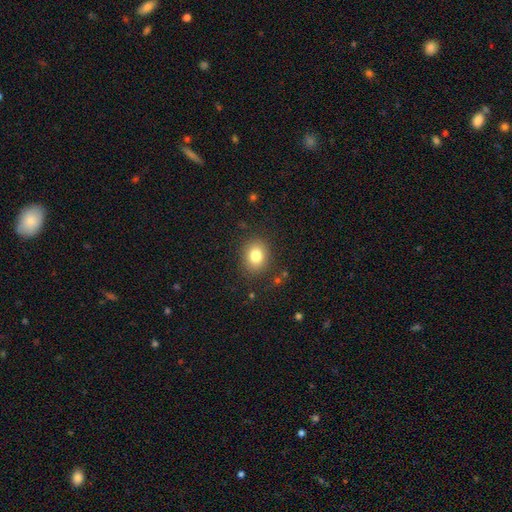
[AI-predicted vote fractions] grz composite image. It shows a smooth galaxy with no disk features (81%) that is round (59%). Merging: none (86%).